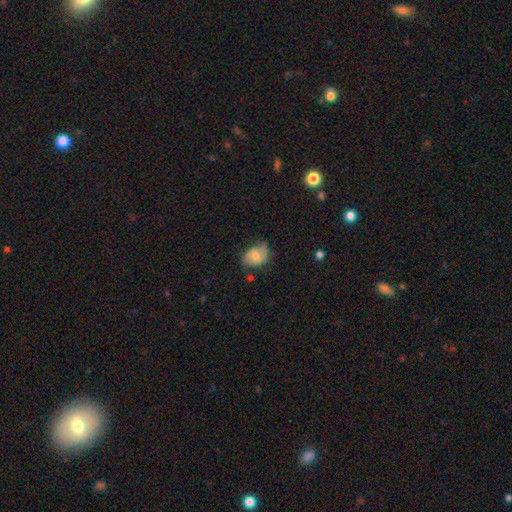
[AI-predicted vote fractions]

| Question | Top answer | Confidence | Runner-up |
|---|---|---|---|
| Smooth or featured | smooth | 53% | featured or disk (39%) |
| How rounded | in between | 73% | round (26%) |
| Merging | none | 59% | minor disturbance (29%) |